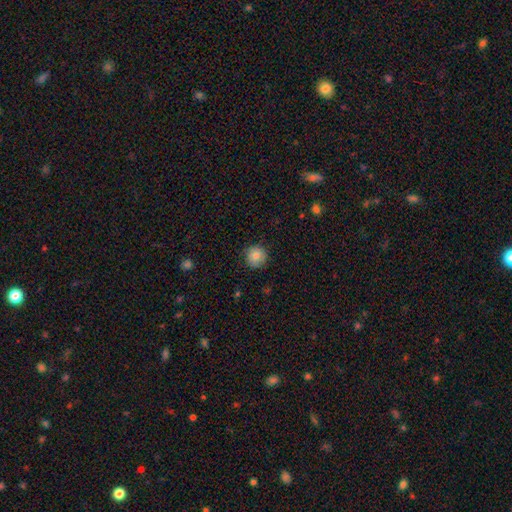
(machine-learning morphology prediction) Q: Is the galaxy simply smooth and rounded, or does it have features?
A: smooth — 83%.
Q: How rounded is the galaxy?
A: round — 94%.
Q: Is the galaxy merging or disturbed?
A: none — 86%.